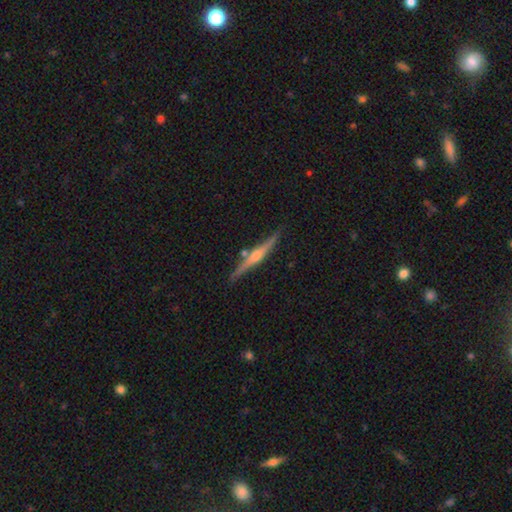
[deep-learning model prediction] The model was most divided on "smooth or featured": featured or disk: 76%, smooth: 18%, star or artifact: 6%. More confident: edge-on disk — yes (98%); merging — none (85%); edge-on bulge — rounded (84%).